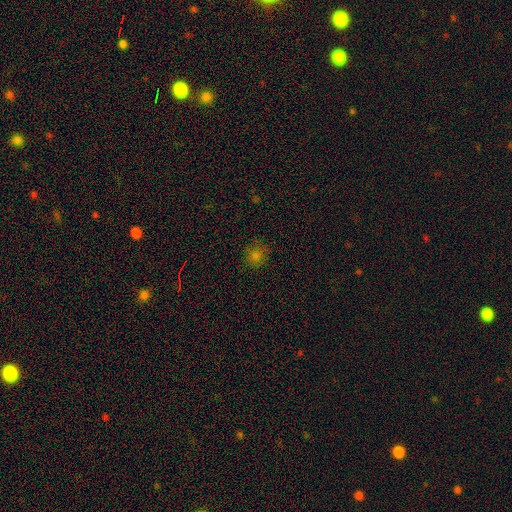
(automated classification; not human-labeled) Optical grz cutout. It shows a smooth galaxy with no disk features (71%) that is round (87%). Merging: none (84%).